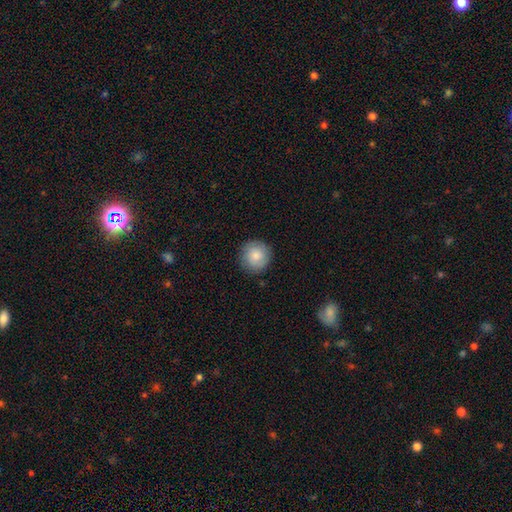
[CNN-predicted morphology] This appears to be a smooth galaxy with no disk features (79%) that is round (94%). Merging: none (87%).